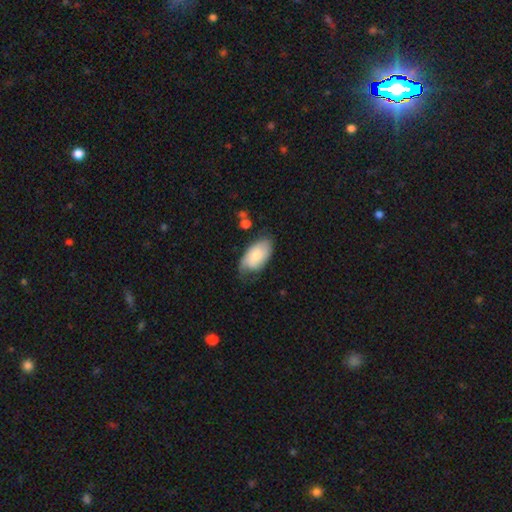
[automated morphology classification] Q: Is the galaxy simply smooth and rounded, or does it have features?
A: smooth — 72%.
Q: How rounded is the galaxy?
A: in between — 94%.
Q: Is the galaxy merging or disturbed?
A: none — 54%.